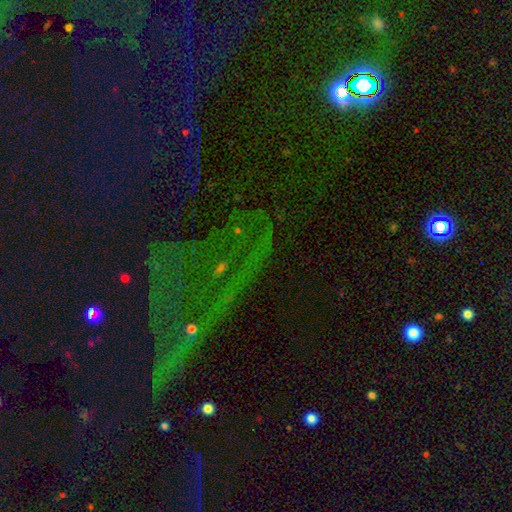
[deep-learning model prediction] A star or artifact, not a galaxy (77%).